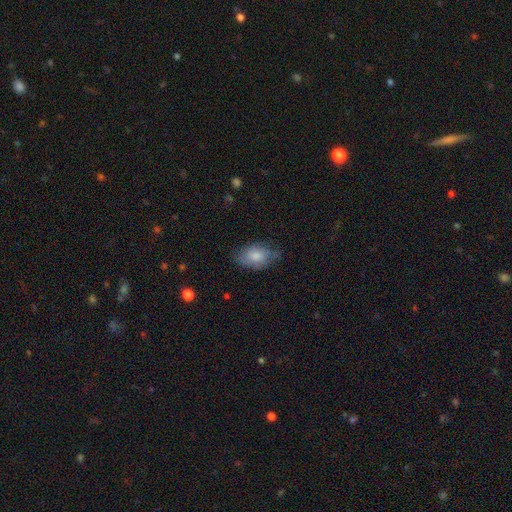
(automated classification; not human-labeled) Morphology: type=smooth (76%); roundness=in between (87%); merging=none (57%).